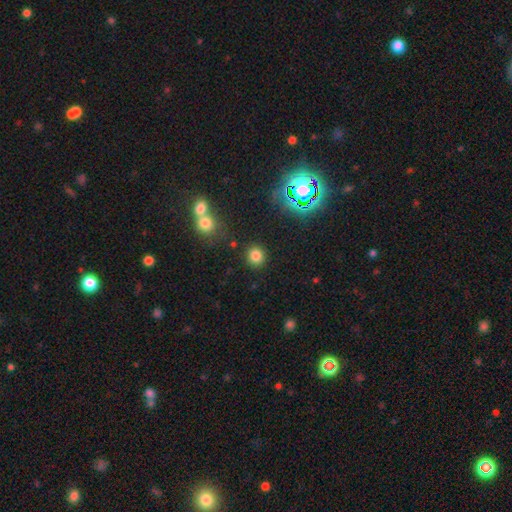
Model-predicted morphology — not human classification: type=smooth (79%); roundness=round (89%); merging=none (86%).